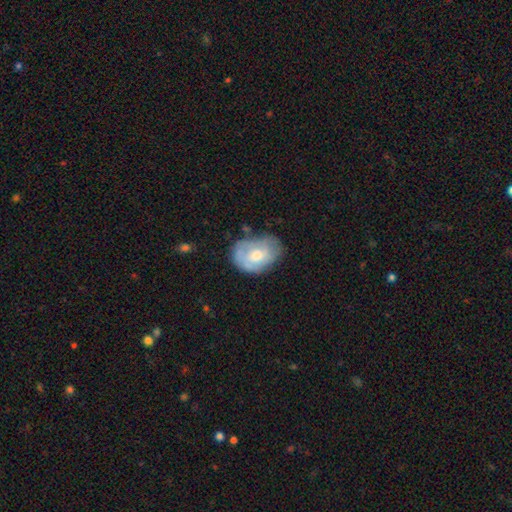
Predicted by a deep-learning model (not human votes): A smooth galaxy with no disk features (48%). Merging: none (54%).